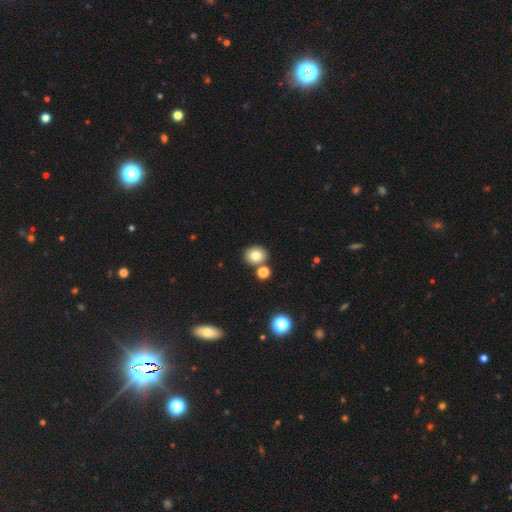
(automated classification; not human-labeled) Smooth or featured: smooth — 79% (star or artifact — 12%)
How rounded: round — 69% (in between — 31%)
Merging: none — 74% (merger — 15%)